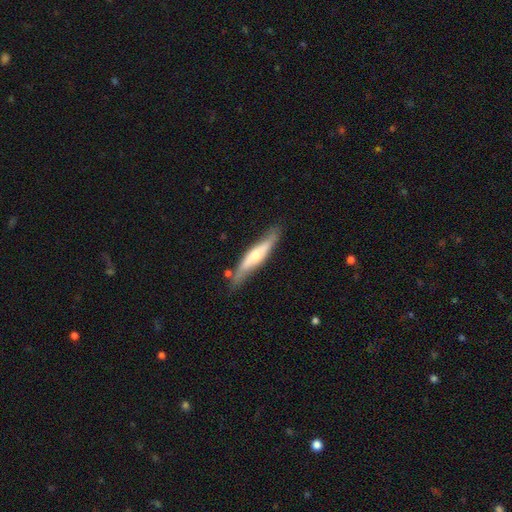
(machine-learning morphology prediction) A featured or disk galaxy (54%) viewed edge-on (79%). Merging: none (74%).